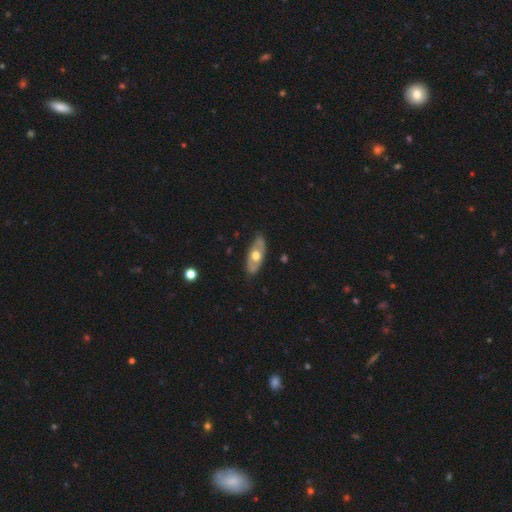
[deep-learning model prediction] Smooth or featured?
  - featured or disk: 51% *
  - smooth: 44%
  - star or artifact: 5%
Edge-on disk?
  - no: 74% *
  - yes: 26%
Merging?
  - none: 80% *
  - minor disturbance: 15%
  - major disturbance: 3%
  - merger: 1%